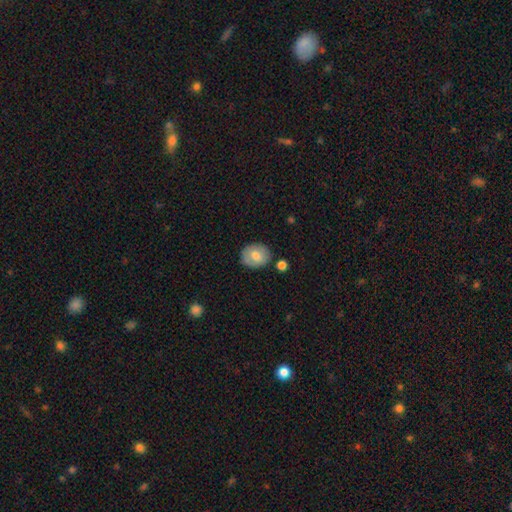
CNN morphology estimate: A smooth galaxy with no disk features (67%) that is round (62%). Merging: none (79%).